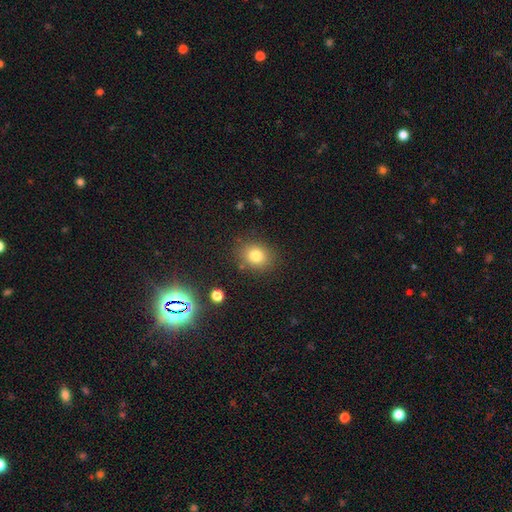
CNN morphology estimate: Q: Smooth or featured?
A: smooth (80%); runner-up: star or artifact (12%)
Q: How rounded?
A: round (58%); runner-up: in between (41%)
Q: Merging?
A: none (83%); runner-up: minor disturbance (11%)